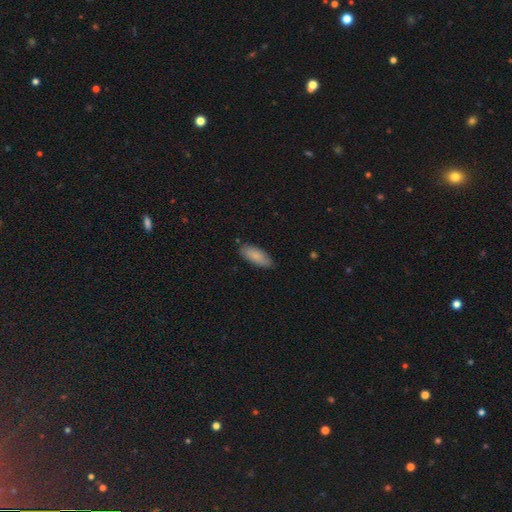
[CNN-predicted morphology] smooth_or_featured: smooth (p=0.86) [alt: featured or disk p=0.08]
how_rounded: in between (p=0.77) [alt: cigar-shaped p=0.21]
merging: none (p=0.84) [alt: minor disturbance p=0.13]